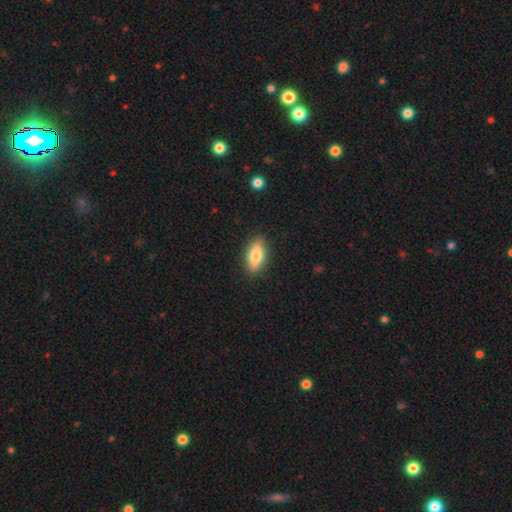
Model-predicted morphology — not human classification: Overall: smooth (73%). How rounded: in between (76%). Merging: none (87%).